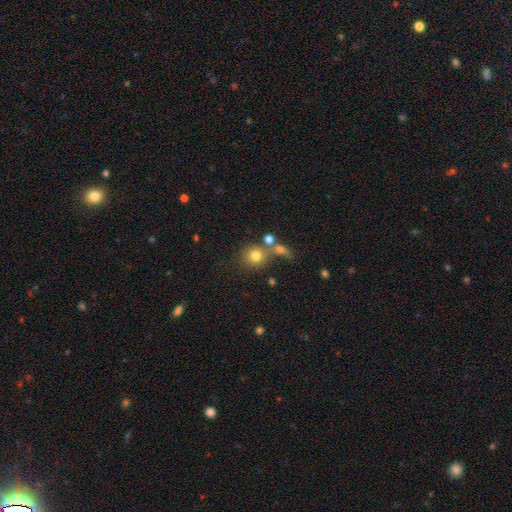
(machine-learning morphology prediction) Smooth or featured? Predicted: smooth (p=0.75). How rounded? Predicted: round (p=0.85). Merging? Predicted: none (p=0.54).